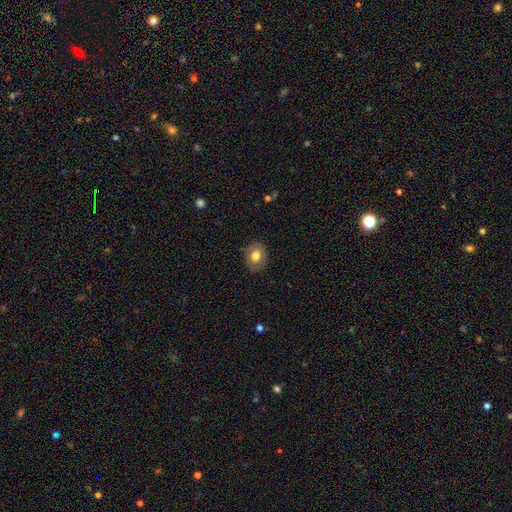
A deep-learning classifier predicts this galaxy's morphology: A smooth galaxy with no disk features (72%) that is in between round and cigar-shaped (61%). Merging: none (83%).